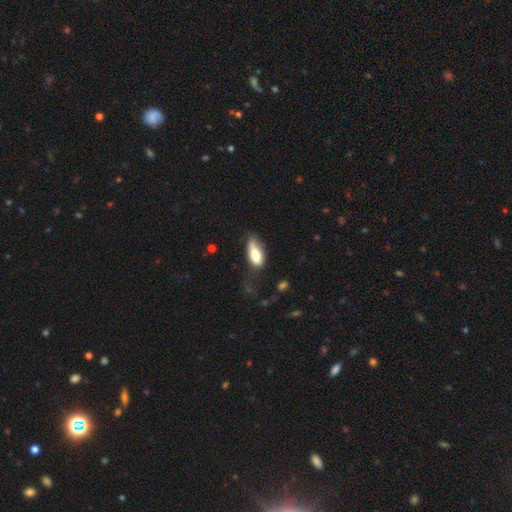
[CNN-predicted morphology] This is likely a smooth galaxy (73%). How rounded: clearly in between (83%). Merging: marginally minor disturbance (35%).